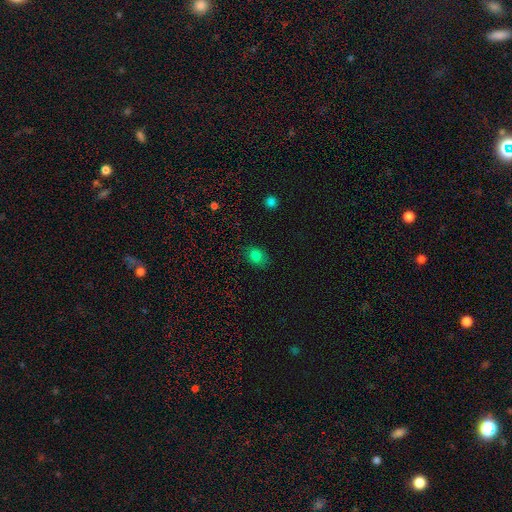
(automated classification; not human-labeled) This appears to be a smooth galaxy with no disk features (80%) that is in between round and cigar-shaped (64%). Merging: none (79%).